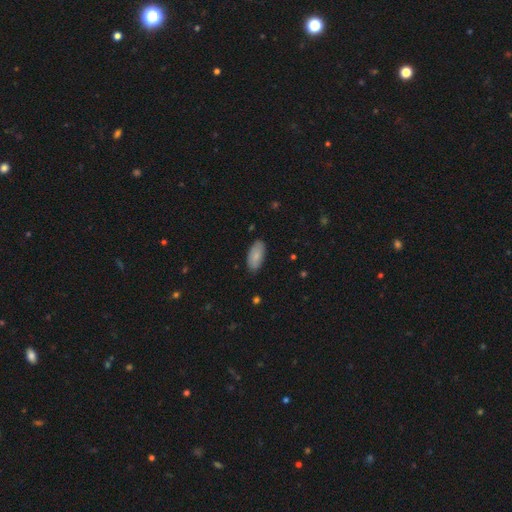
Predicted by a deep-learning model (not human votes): Smooth or featured? Predicted: smooth (p=0.84). How rounded? Predicted: in between (p=0.92). Merging? Predicted: none (p=0.84).